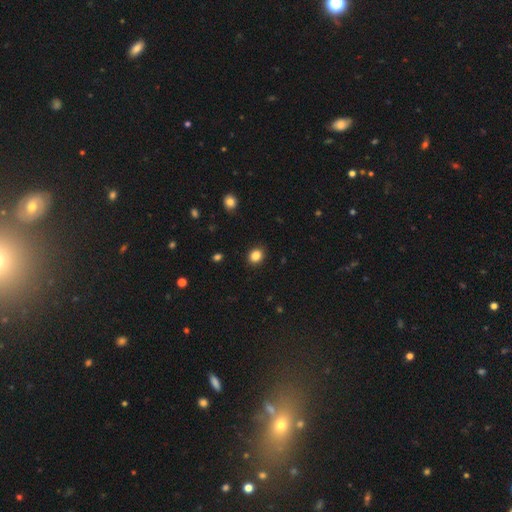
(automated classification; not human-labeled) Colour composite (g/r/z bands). It shows a smooth galaxy with no disk features (85%) that is round (65%). Merging: none (90%).